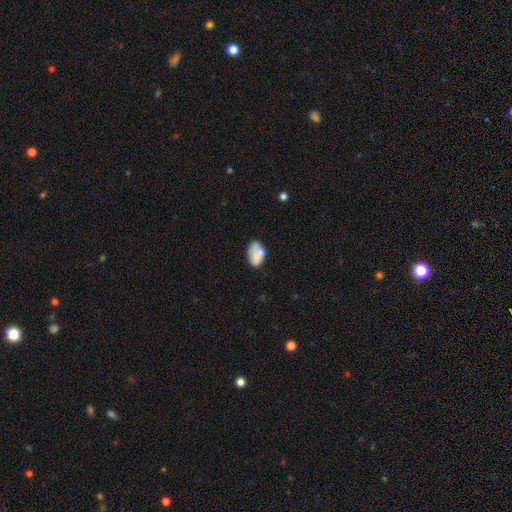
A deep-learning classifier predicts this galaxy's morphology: Smooth or featured: smooth — 72% (featured or disk — 21%)
How rounded: in between — 90% (round — 8%)
Merging: none — 53% (minor disturbance — 24%)